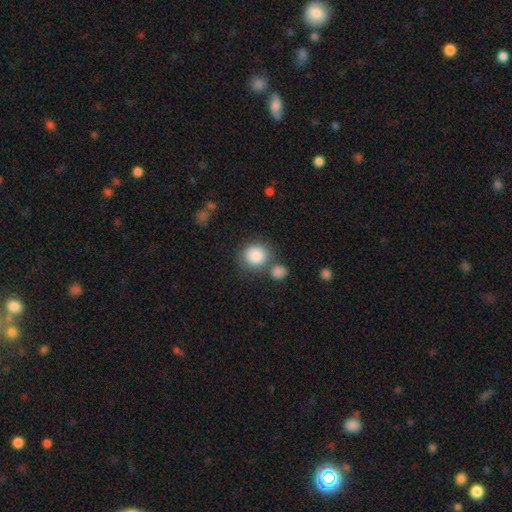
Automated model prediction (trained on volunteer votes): Morphology: type=smooth (87%); roundness=round (86%); merging=none (61%).